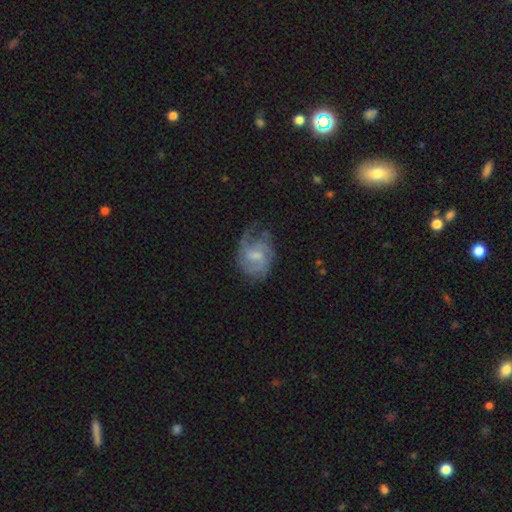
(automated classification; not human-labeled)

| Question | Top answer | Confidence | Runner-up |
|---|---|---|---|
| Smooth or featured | featured or disk | 69% | smooth (24%) |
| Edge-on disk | no | 97% | yes (3%) |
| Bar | weak | 59% | no (30%) |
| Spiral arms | yes | 85% | no (15%) |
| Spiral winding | medium | 43% | tight (31%) |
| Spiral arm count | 2 | 33% | can't tell (32%) |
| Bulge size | moderate | 41% | small (37%) |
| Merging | none | 45% | minor disturbance (28%) |